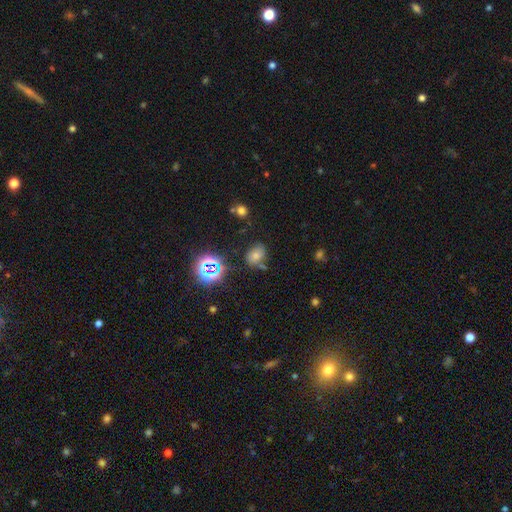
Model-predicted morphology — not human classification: smooth-or-featured: smooth: 45% | star or artifact: 40% | featured or disk: 14%
  merging: none: 72% | minor disturbance: 15% | merger: 8% | major disturbance: 5%